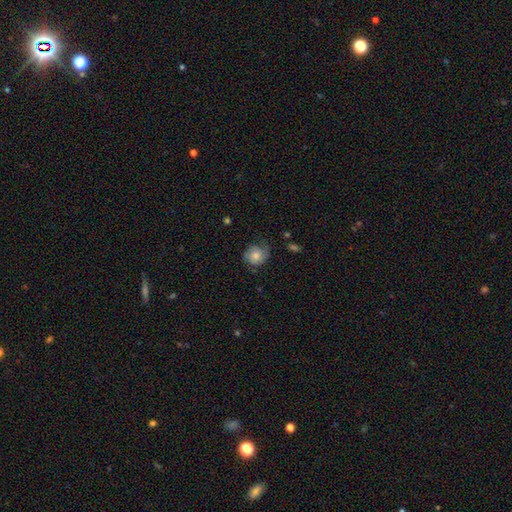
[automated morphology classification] This appears to be a smooth galaxy with no disk features (58%) that is round (79%). Merging: none (61%).